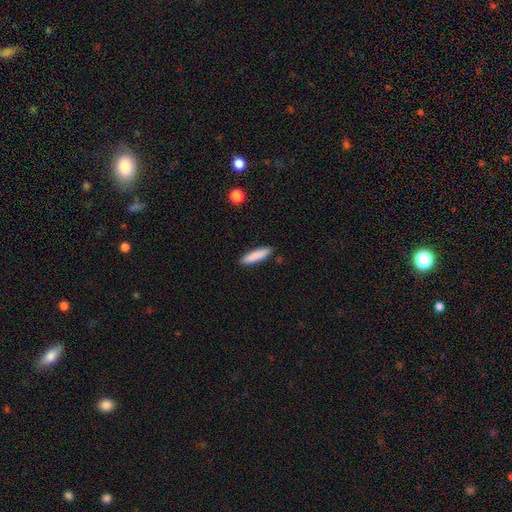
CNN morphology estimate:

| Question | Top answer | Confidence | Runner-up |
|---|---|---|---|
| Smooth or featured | smooth | 87% | featured or disk (8%) |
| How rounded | cigar-shaped | 76% | in between (23%) |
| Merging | none | 88% | minor disturbance (9%) |